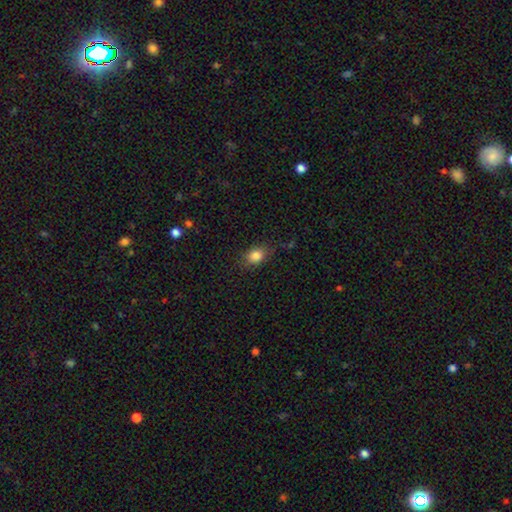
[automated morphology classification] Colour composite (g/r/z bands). It shows a smooth galaxy with no disk features (84%) that is in between round and cigar-shaped (61%). Merging: none (77%).